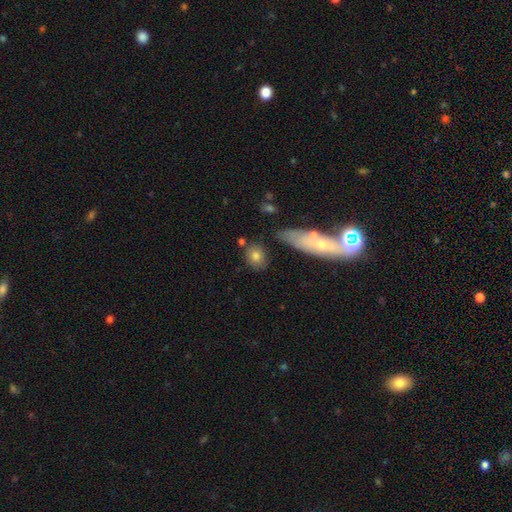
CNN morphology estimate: This appears to be a smooth galaxy with no disk features (78%) that is round (62%). Merging: none (72%).